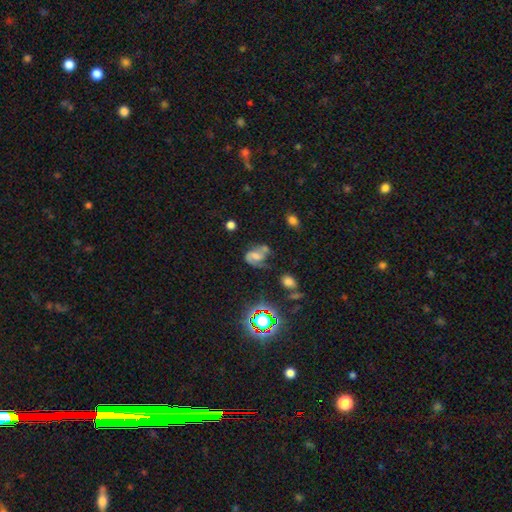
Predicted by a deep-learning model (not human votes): Q: Smooth or featured?
A: featured or disk (54%); runner-up: smooth (28%)
Q: Edge-on disk?
A: no (97%); runner-up: yes (3%)
Q: Bar?
A: no (46%); runner-up: weak (38%)
Q: Spiral arms?
A: yes (81%); runner-up: no (19%)
Q: Bulge size?
A: none (34%); runner-up: moderate (27%)
Q: Merging?
A: none (37%); runner-up: minor disturbance (22%)